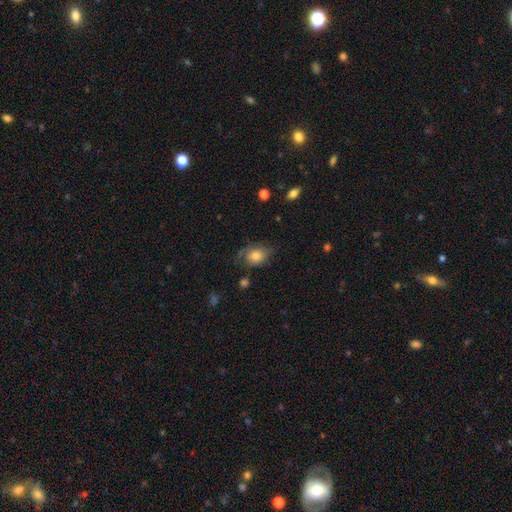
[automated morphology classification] This appears to be a smooth galaxy with no disk features (67%) that is in between round and cigar-shaped (59%). Merging: none (51%).